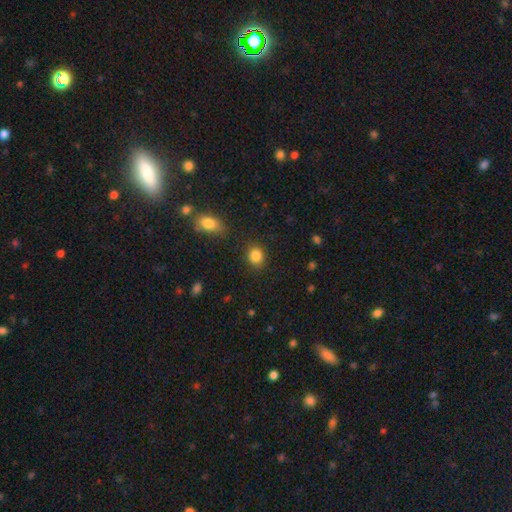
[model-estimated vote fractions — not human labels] The model was most divided on "how rounded": round: 68%, in between: 31%, cigar-shaped: 1%. More confident: merging — none (87%); smooth or featured — smooth (86%).